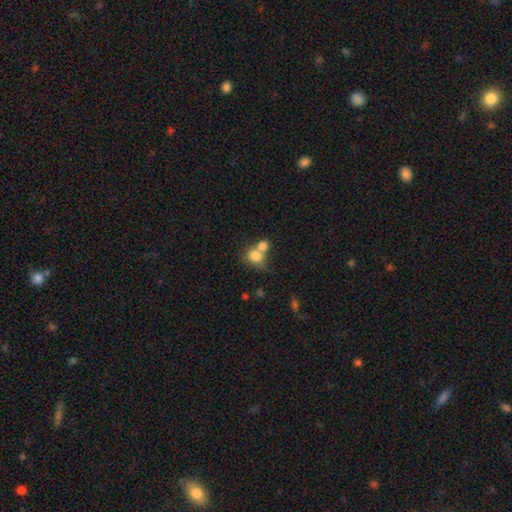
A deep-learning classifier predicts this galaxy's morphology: smooth 78%, featured or disk 12%, star or artifact 10%. Down the decision tree: how rounded — round (63%); merging — merger (56%).